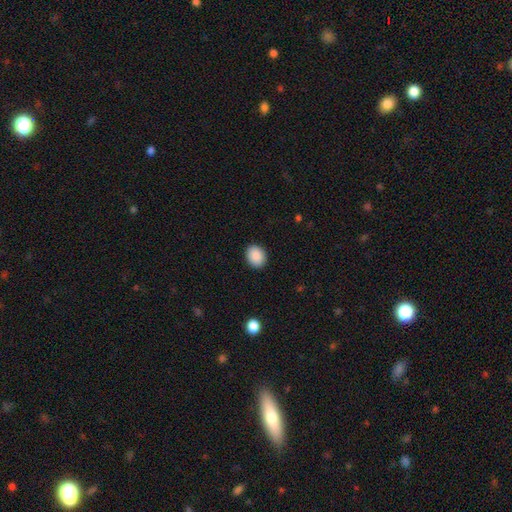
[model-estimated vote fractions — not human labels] Smooth or featured? Predicted: smooth (p=0.90). How rounded? Predicted: in between (p=0.52). Merging? Predicted: none (p=0.90).